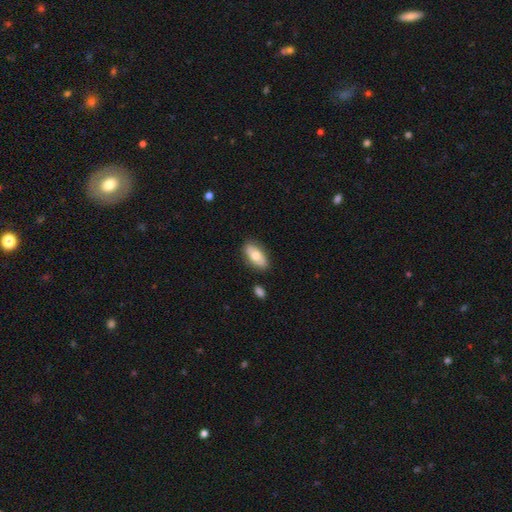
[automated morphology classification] This appears to be a smooth galaxy with no disk features (66%) that is in between round and cigar-shaped (91%). Merging: none (83%).